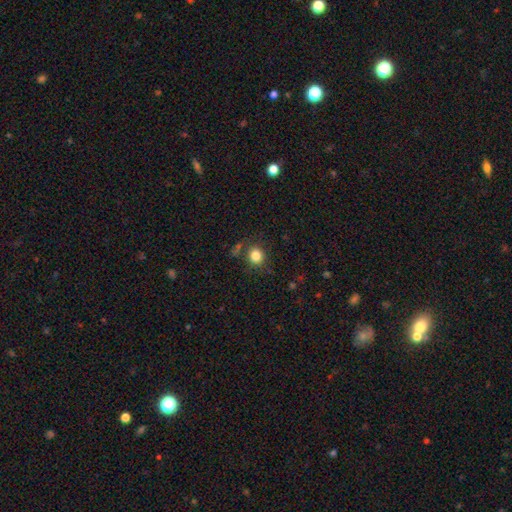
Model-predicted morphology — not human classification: Overall: smooth (83%). How rounded: round (78%). Merging: none (79%).